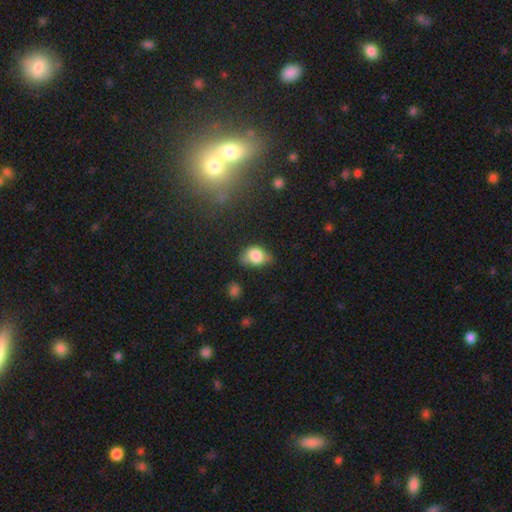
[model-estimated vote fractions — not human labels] Q: Smooth or featured?
A: smooth (79%); runner-up: featured or disk (12%)
Q: How rounded?
A: in between (71%); runner-up: round (27%)
Q: Merging?
A: none (43%); runner-up: minor disturbance (40%)